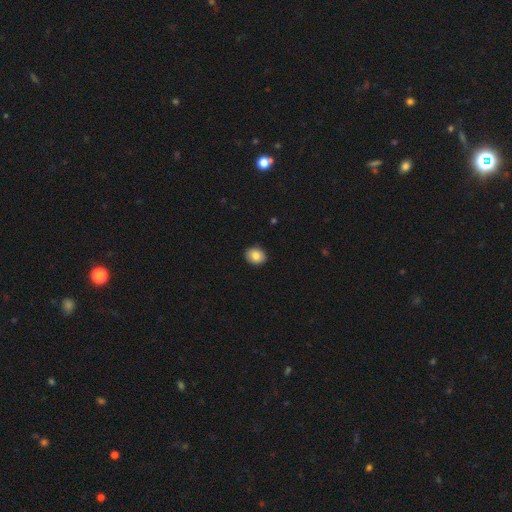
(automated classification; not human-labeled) smooth_or_featured: smooth (p=0.84) [alt: star or artifact p=0.08]
how_rounded: round (p=0.51) [alt: in between p=0.49]
merging: none (p=0.91) [alt: minor disturbance p=0.07]